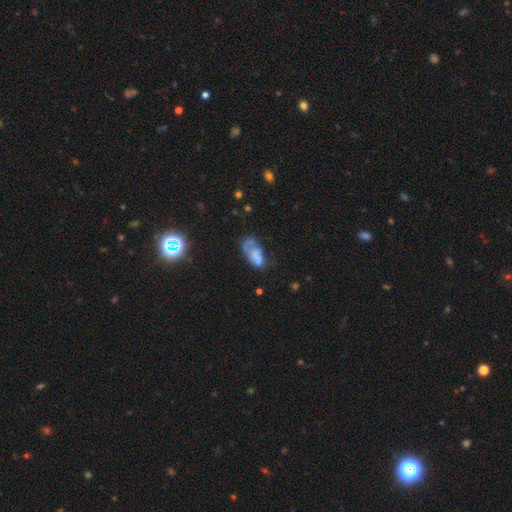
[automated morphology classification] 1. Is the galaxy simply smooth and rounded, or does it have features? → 50% smooth, 38% featured or disk, 11% star or artifact.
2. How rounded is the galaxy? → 90% in between, 6% round, 4% cigar-shaped.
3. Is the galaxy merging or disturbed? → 36% major disturbance, 29% none, 25% minor disturbance, 9% merger.